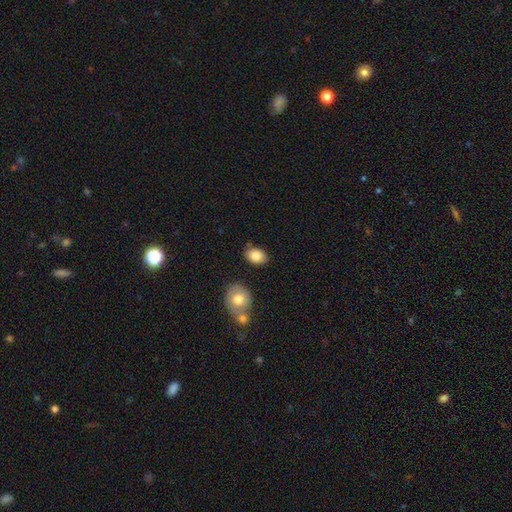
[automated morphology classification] This appears to be a smooth galaxy with no disk features (85%) that is in between round and cigar-shaped (80%). Merging: none (78%).